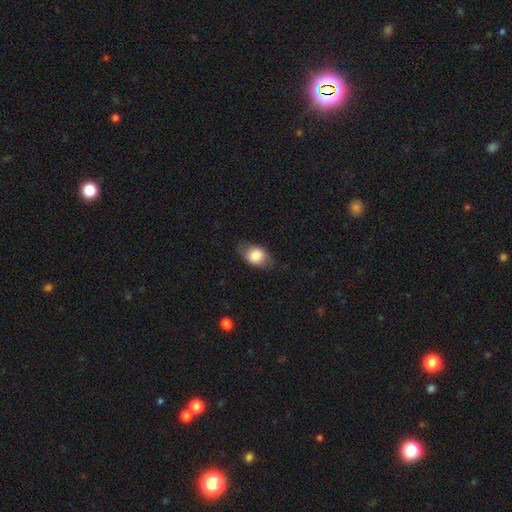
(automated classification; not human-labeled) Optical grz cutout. It shows a smooth galaxy with no disk features (79%) that is in between round and cigar-shaped (76%). Merging: none (73%).